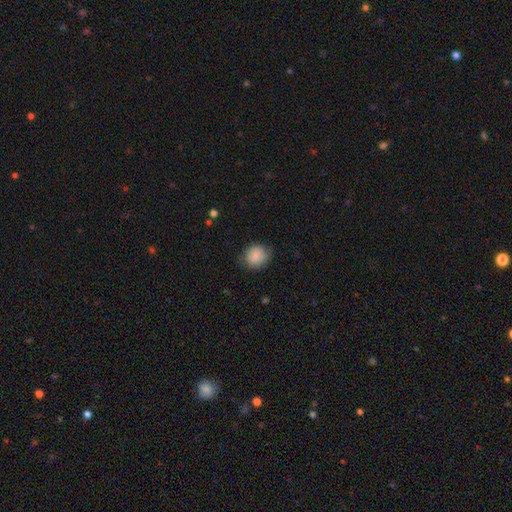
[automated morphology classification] A smooth galaxy with no disk features (83%) that is round (76%). Merging: none (71%).